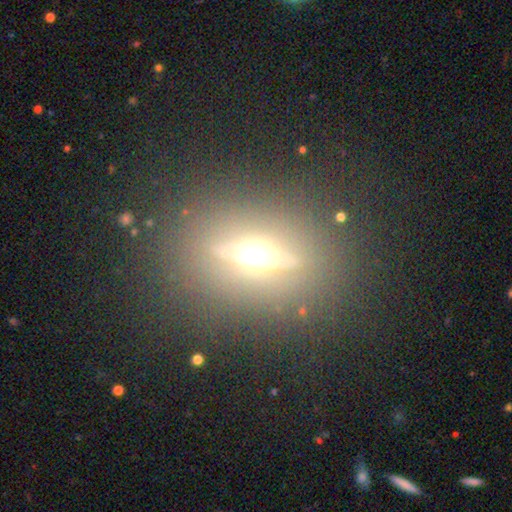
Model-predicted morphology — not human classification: A featured or disk galaxy (48%). Merging: none (82%).